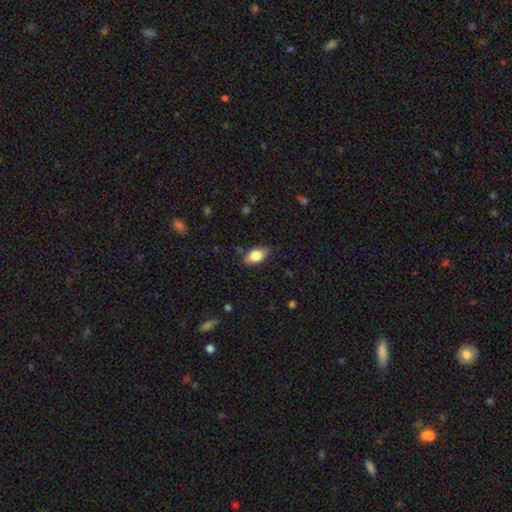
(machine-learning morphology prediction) Smooth or featured: smooth — 78% (featured or disk — 15%)
How rounded: in between — 88% (round — 6%)
Merging: none — 81% (minor disturbance — 15%)